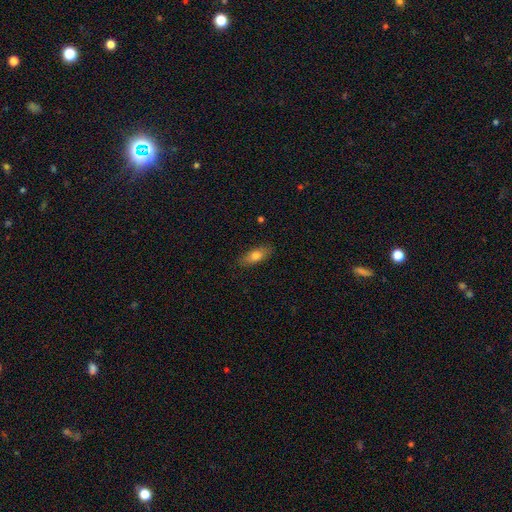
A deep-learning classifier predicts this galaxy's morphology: Smooth or featured: smooth — 74% (featured or disk — 19%)
How rounded: in between — 71% (cigar-shaped — 25%)
Merging: none — 86% (minor disturbance — 11%)